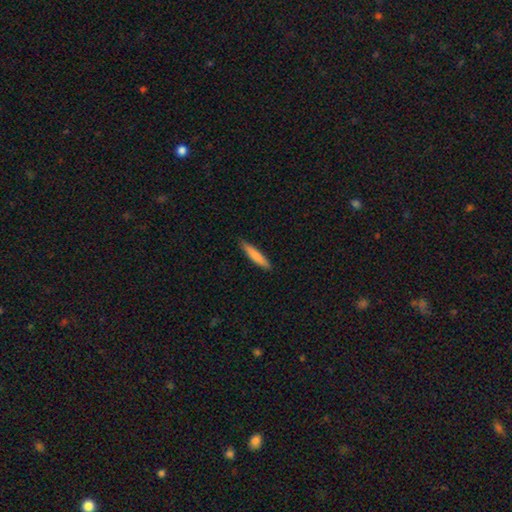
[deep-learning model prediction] Overall: smooth (78%). How rounded: cigar-shaped (89%). Merging: none (88%).